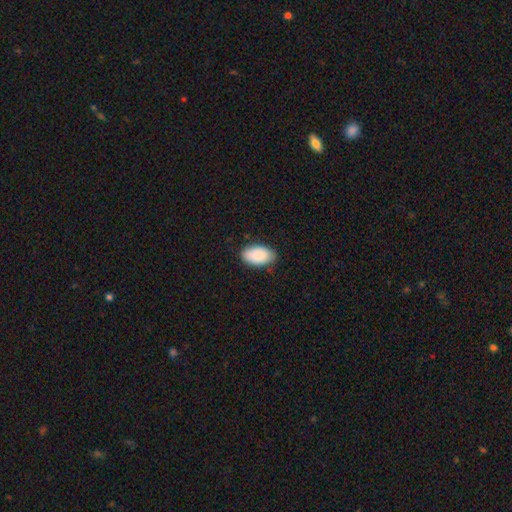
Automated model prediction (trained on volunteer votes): Smooth or featured? smooth (88%)
How rounded? in between (94%)
Merging? none (80%)